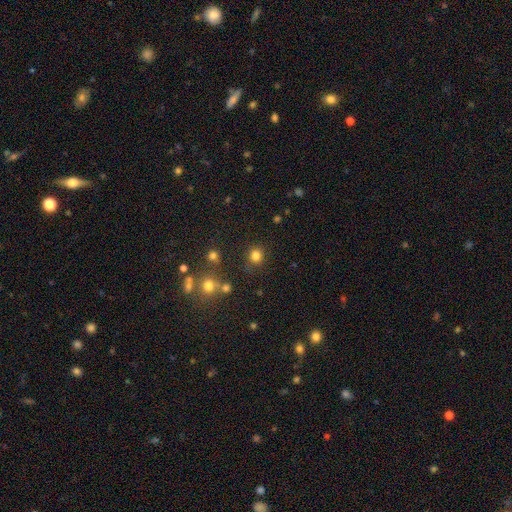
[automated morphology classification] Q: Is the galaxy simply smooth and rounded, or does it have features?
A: smooth — 80%.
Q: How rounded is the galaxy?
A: round — 89%.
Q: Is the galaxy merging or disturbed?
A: none — 82%.